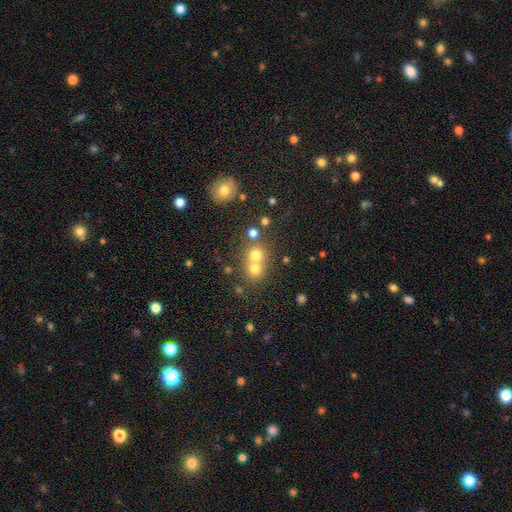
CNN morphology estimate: Overall: smooth (70%). How rounded: round (84%). Merging: merger (51%; none 40%).